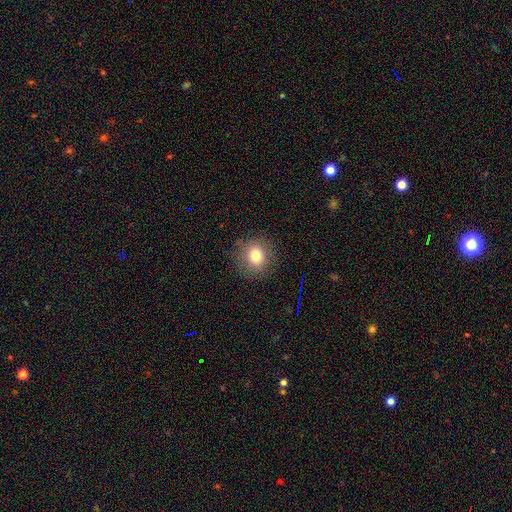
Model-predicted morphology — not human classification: type=smooth (79%); roundness=round (85%); merging=none (86%).